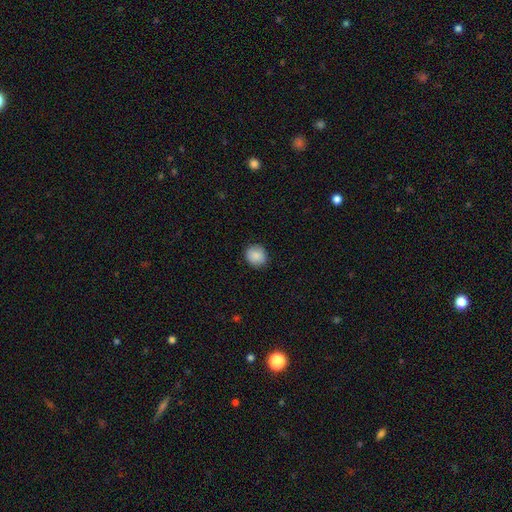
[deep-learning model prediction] The model was most divided on "how rounded": round: 83%, in between: 16%, cigar-shaped: 1%. More confident: merging — none (89%); smooth or featured — smooth (88%).